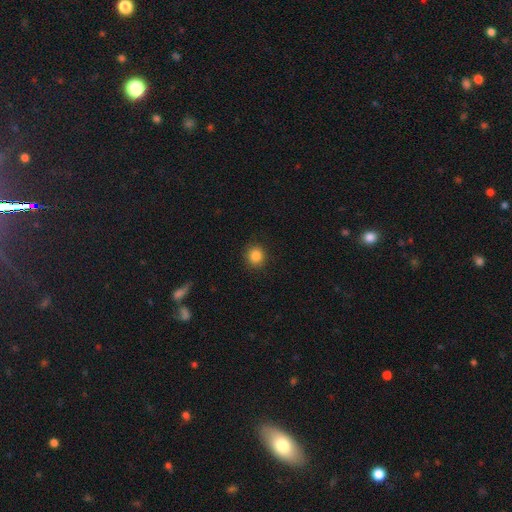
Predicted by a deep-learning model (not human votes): Morphology: type=smooth (86%); roundness=round (89%); merging=none (90%).